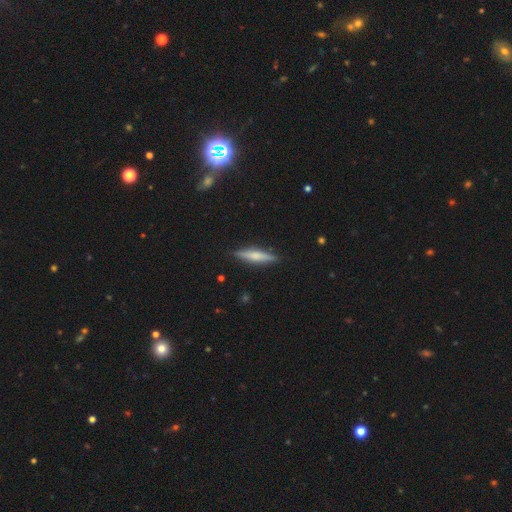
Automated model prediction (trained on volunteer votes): A featured or disk galaxy (50%) viewed edge-on (96%).

Vote fractions:
- Smooth or featured? featured or disk: 50% / smooth: 43% / star or artifact: 6%
- Edge-on disk? yes: 96% / no: 4%
- Merging? none: 90% / minor disturbance: 7% / major disturbance: 2% / merger: 1%